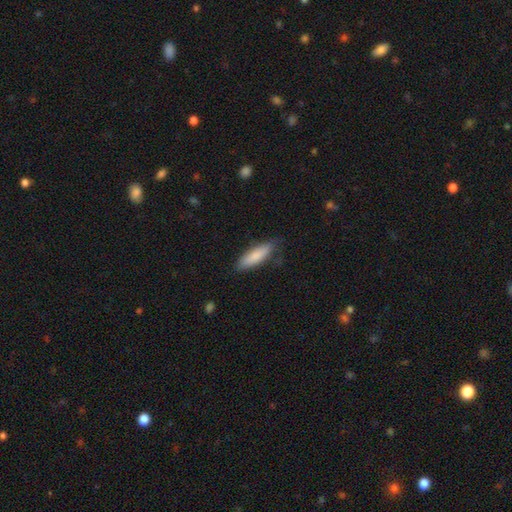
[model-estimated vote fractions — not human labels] A smooth galaxy with no disk features (84%) that is cigar-shaped (54%).

Vote fractions:
- Smooth or featured? smooth: 84% / featured or disk: 11% / star or artifact: 6%
- How rounded? cigar-shaped: 54% / in between: 45% / round: 2%
- Merging? none: 78% / minor disturbance: 18% / major disturbance: 3% / merger: 1%